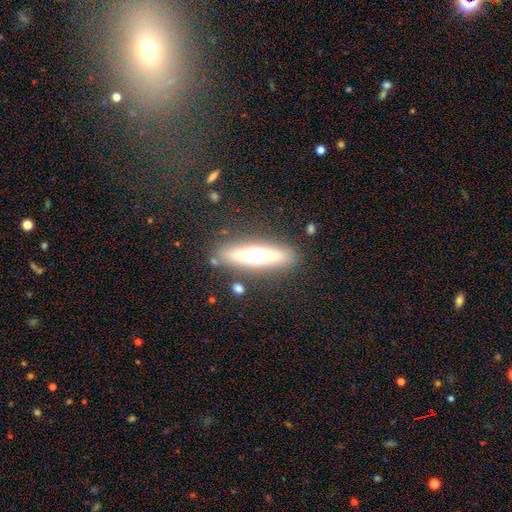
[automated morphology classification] The model was most divided on "smooth or featured": featured or disk: 49%, smooth: 41%, star or artifact: 10%. More confident: merging — none (83%).